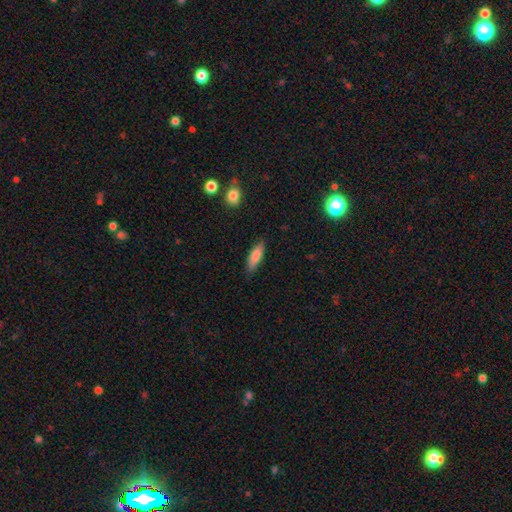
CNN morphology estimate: The model was most divided on "how rounded": in between: 53%, cigar-shaped: 45%, round: 2%. More confident: merging — none (84%); smooth or featured — smooth (83%).